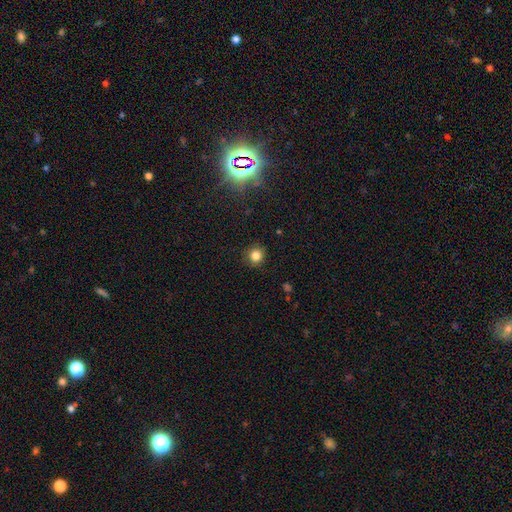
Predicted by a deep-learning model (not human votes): Smooth or featured? Predicted: smooth (p=0.83). How rounded? Predicted: round (p=0.89). Merging? Predicted: none (p=0.89).